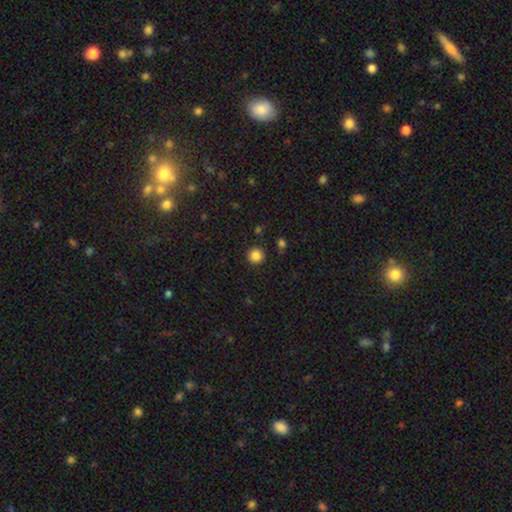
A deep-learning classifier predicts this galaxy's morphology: Smooth or featured: smooth — 85% (star or artifact — 11%)
How rounded: round — 95% (in between — 4%)
Merging: none — 91% (minor disturbance — 5%)